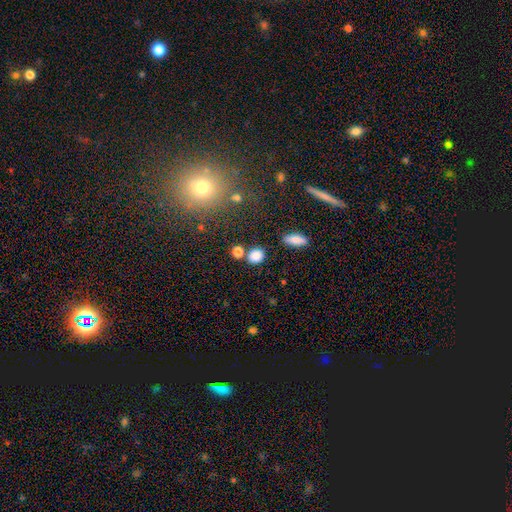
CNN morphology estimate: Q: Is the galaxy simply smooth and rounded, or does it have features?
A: smooth — 84%.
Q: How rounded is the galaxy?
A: round — 72%.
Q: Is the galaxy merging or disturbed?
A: none — 73%.